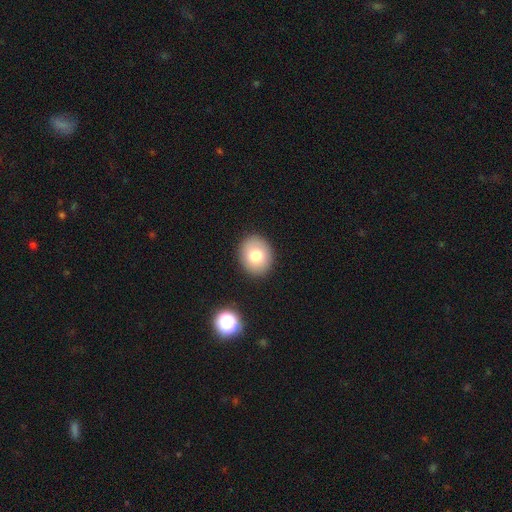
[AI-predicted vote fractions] smooth-or-featured: smooth: 77% | featured or disk: 13% | star or artifact: 9%
  how-rounded: round: 58% | in between: 41% | cigar-shaped: 1%
  merging: none: 89% | minor disturbance: 7% | major disturbance: 2% | merger: 1%